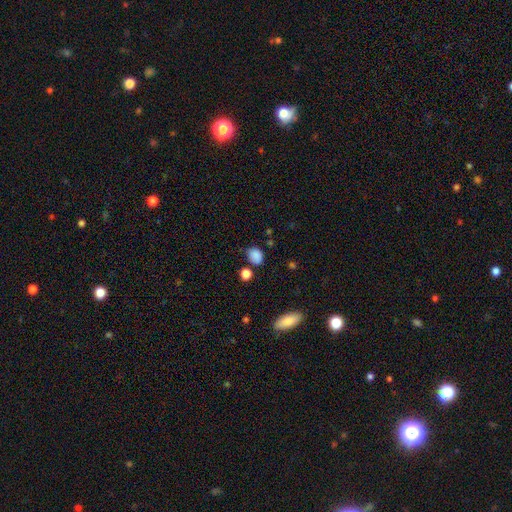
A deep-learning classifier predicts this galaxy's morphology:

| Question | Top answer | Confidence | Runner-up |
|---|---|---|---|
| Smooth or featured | smooth | 85% | star or artifact (11%) |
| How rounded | in between | 54% | round (45%) |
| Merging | none | 69% | minor disturbance (19%) |